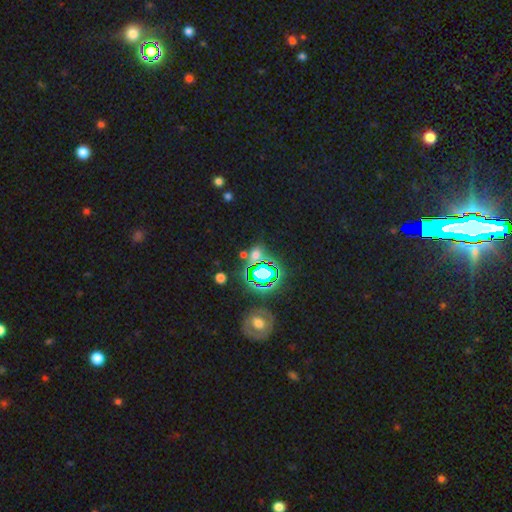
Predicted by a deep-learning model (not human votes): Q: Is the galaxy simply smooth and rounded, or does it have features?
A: star or artifact — 57%.